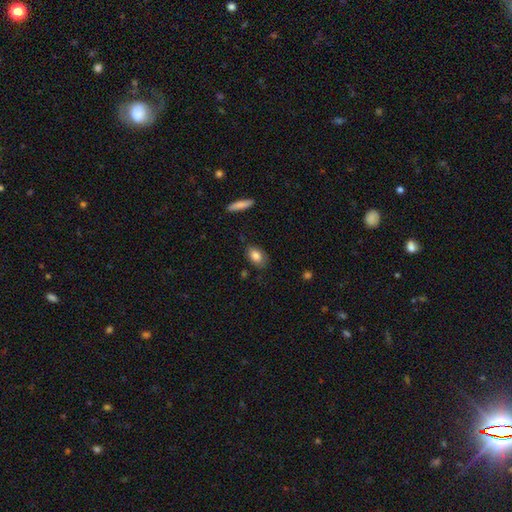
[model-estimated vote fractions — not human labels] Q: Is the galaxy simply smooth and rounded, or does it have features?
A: smooth — 82%.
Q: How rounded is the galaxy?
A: in between — 88%.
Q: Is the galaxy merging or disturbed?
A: none — 79%.